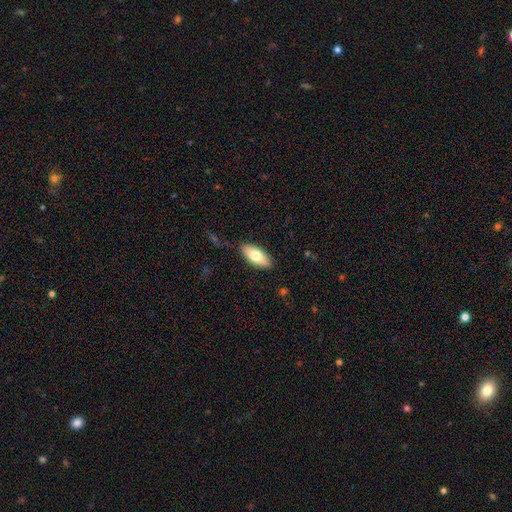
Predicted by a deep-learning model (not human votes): This is likely a smooth galaxy (74%). How rounded: clearly in between (85%). Merging: clearly none (86%).